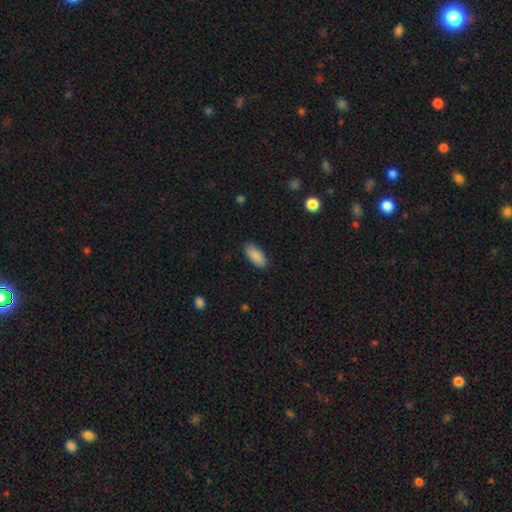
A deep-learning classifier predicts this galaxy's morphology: The model was most divided on "merging": none: 86%, minor disturbance: 10%, major disturbance: 2%, merger: 1%. More confident: how rounded — in between (90%); smooth or featured — smooth (89%).